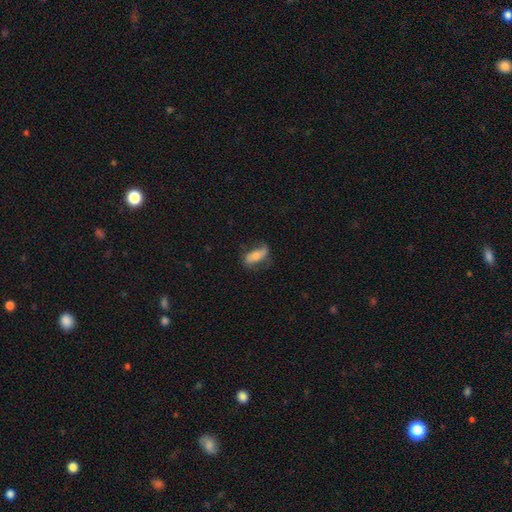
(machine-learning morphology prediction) Q: Smooth or featured?
A: smooth (49%); runner-up: featured or disk (44%)
Q: Merging?
A: none (62%); runner-up: minor disturbance (24%)